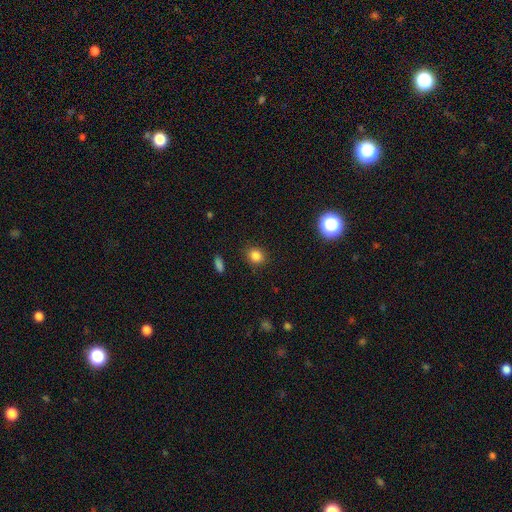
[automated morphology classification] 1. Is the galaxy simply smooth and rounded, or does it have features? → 83% smooth, 12% star or artifact, 5% featured or disk.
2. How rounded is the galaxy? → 74% round, 25% in between, 1% cigar-shaped.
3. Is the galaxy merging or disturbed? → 88% none, 8% minor disturbance, 3% major disturbance, 1% merger.